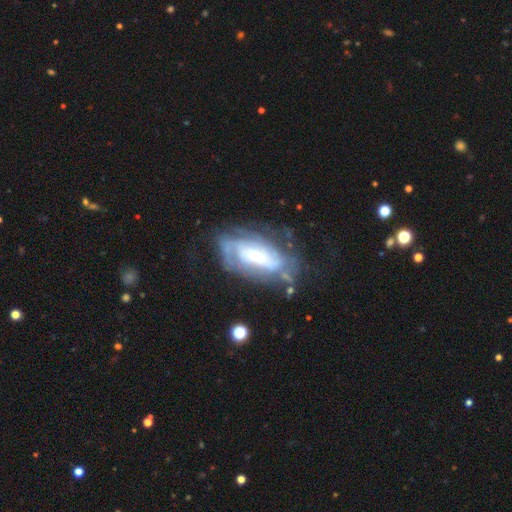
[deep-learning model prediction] Smooth or featured? Predicted: featured or disk (p=0.75). Edge-on disk? Predicted: no (p=0.91). Bar? Predicted: no (p=0.46). Spiral arms? Predicted: yes (p=0.85). Spiral winding? Predicted: tight (p=0.53). Spiral arm count? Predicted: can't tell (p=0.45). Bulge size? Predicted: small (p=0.34). Merging? Predicted: none (p=0.57).